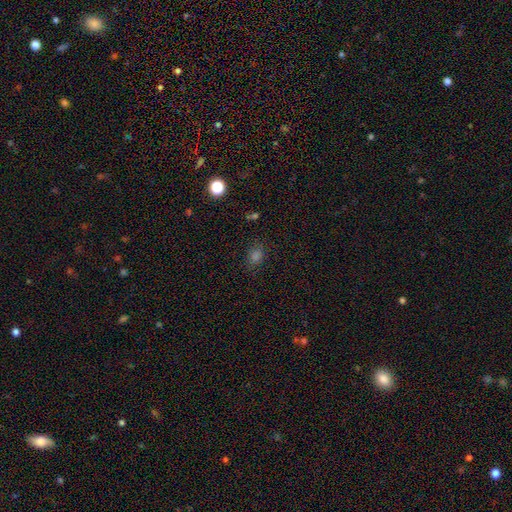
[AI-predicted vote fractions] smooth 70%, star or artifact 25%, featured or disk 6%. Down the decision tree: how rounded — in between (51%); merging — none (82%).